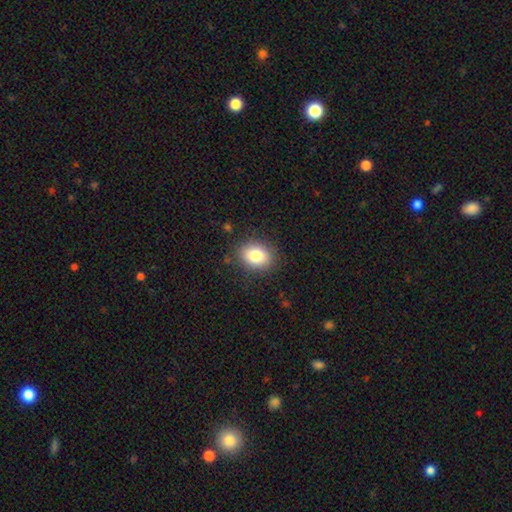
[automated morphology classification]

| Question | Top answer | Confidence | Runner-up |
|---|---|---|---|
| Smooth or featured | smooth | 83% | star or artifact (9%) |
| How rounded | in between | 62% | round (37%) |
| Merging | none | 85% | minor disturbance (11%) |